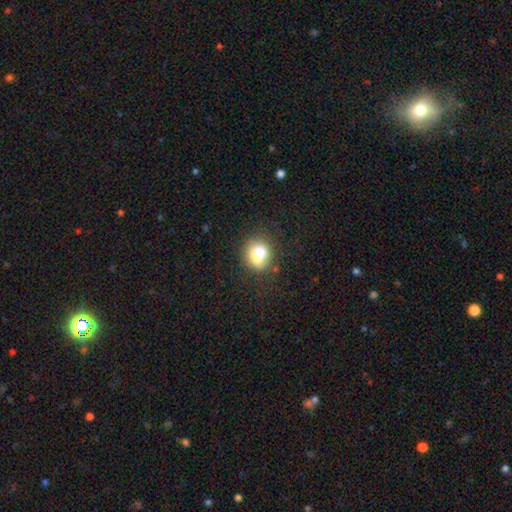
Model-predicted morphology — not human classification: Q: Smooth or featured?
A: smooth (65%); runner-up: featured or disk (24%)
Q: How rounded?
A: round (71%); runner-up: in between (28%)
Q: Merging?
A: merger (47%); runner-up: none (38%)